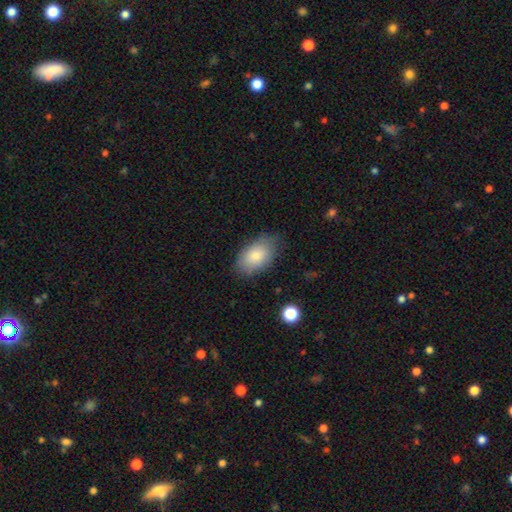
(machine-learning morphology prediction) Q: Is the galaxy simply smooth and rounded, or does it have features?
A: smooth — 81%.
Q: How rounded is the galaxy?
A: in between — 91%.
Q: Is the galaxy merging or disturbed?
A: none — 72%.